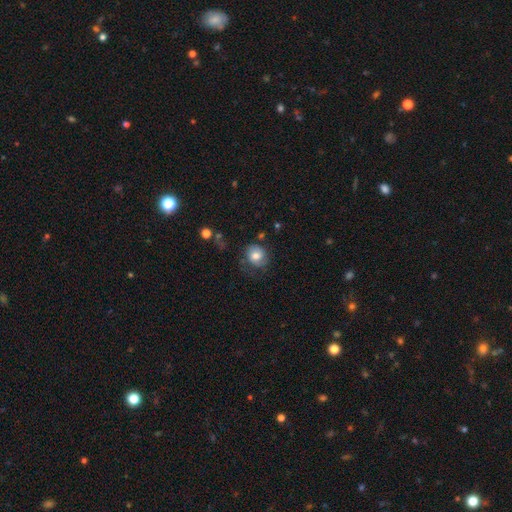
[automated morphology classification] smooth_or_featured: smooth (p=0.68) [alt: featured or disk p=0.23]
how_rounded: round (p=0.69) [alt: in between p=0.30]
merging: none (p=0.57) [alt: minor disturbance p=0.25]